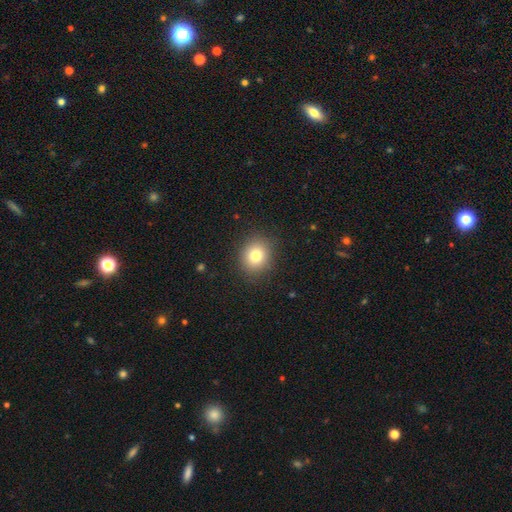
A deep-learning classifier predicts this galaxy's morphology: Q: Smooth or featured?
A: smooth (79%); runner-up: star or artifact (12%)
Q: How rounded?
A: round (75%); runner-up: in between (24%)
Q: Merging?
A: none (89%); runner-up: minor disturbance (7%)